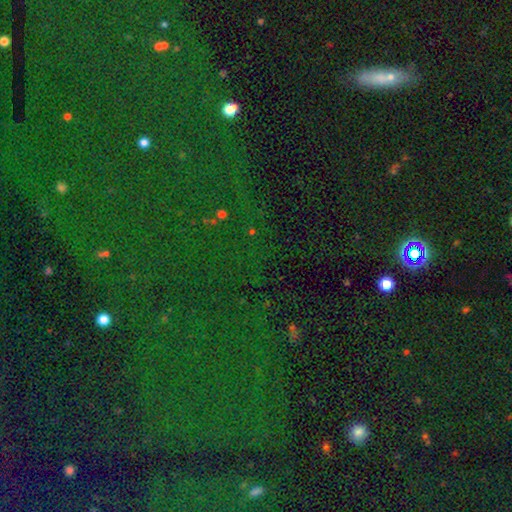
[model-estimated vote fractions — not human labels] Morphology: type=star or artifact (78%).